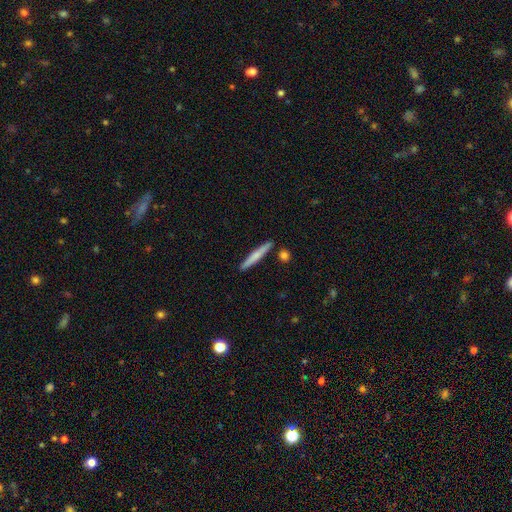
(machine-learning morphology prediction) smooth-or-featured: smooth: 61% | featured or disk: 34% | star or artifact: 5%
  how-rounded: cigar-shaped: 95% | in between: 3% | round: 1%
  merging: none: 87% | minor disturbance: 8% | merger: 4% | major disturbance: 2%